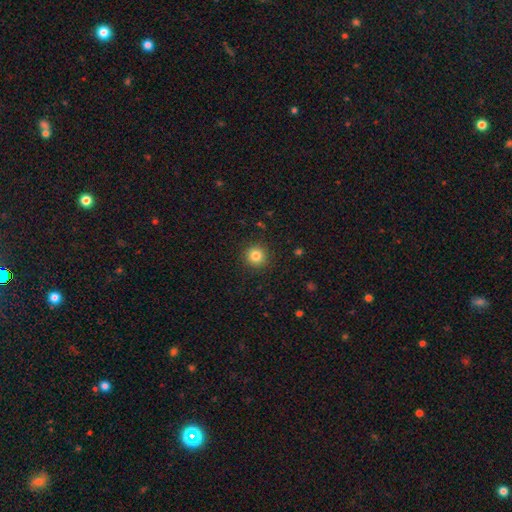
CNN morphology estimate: smooth 83%, star or artifact 11%, featured or disk 6%. Down the decision tree: how rounded — round (94%); merging — none (91%).